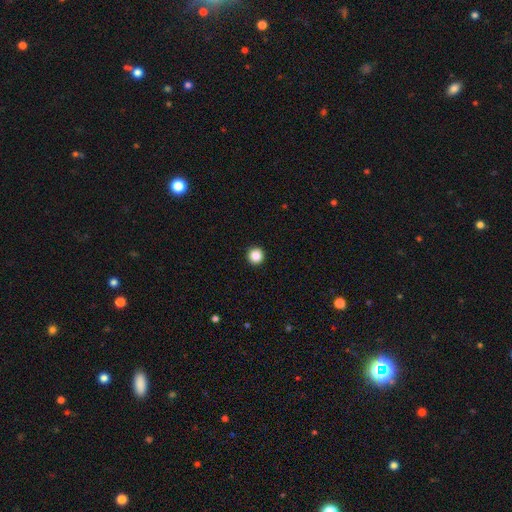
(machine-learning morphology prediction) A smooth galaxy with no disk features (87%) that is round (96%). Merging: none (93%).